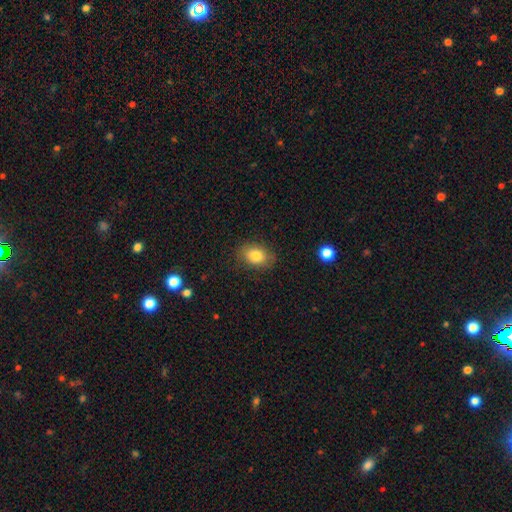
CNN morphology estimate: smooth 81%, featured or disk 10%, star or artifact 9%. Down the decision tree: how rounded — in between (75%); merging — none (82%).